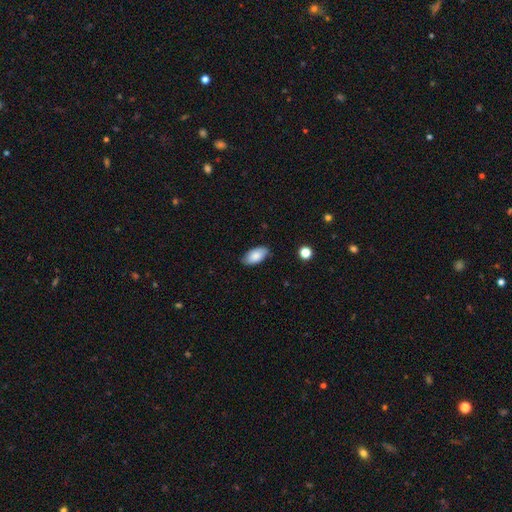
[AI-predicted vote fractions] Morphology: type=smooth (84%); roundness=in between (94%); merging=none (82%).